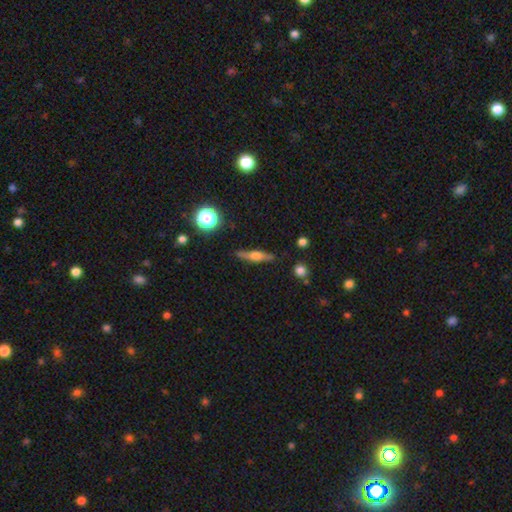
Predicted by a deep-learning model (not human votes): A featured or disk galaxy (54%) viewed edge-on (94%) with a rounded central bulge (87%). Merging: none (85%).